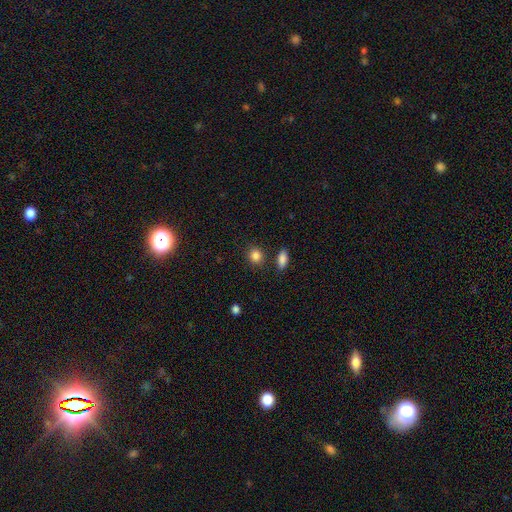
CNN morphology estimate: This is clearly a smooth galaxy (86%). How rounded: likely round (73%). Merging: clearly none (82%).